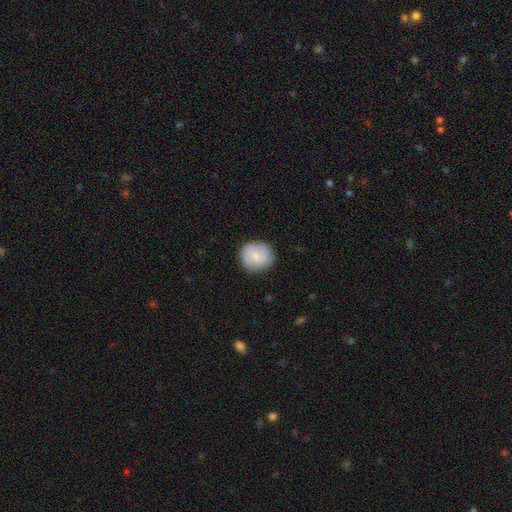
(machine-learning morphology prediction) smooth 68%, featured or disk 25%, star or artifact 6%. Down the decision tree: how rounded — round (88%); merging — none (85%).